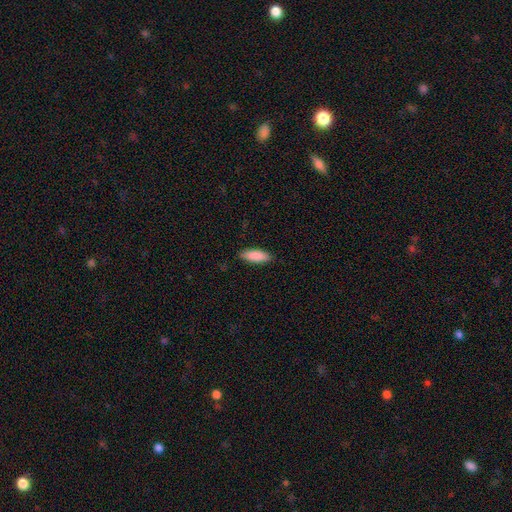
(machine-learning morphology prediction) type=smooth (89%); roundness=in between (67%); merging=none (87%).